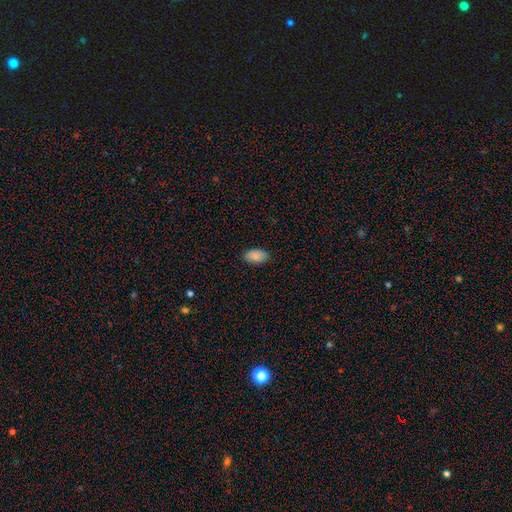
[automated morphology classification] Overall: smooth (88%). How rounded: in between (94%). Merging: none (85%).